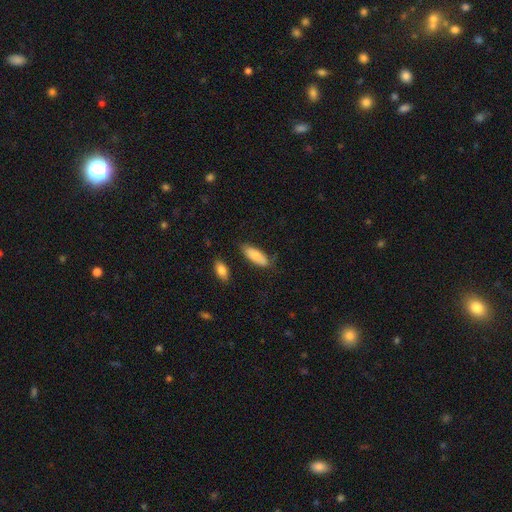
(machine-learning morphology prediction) Smooth or featured: smooth — 82% (featured or disk — 12%)
How rounded: in between — 73% (cigar-shaped — 25%)
Merging: none — 70% (minor disturbance — 22%)